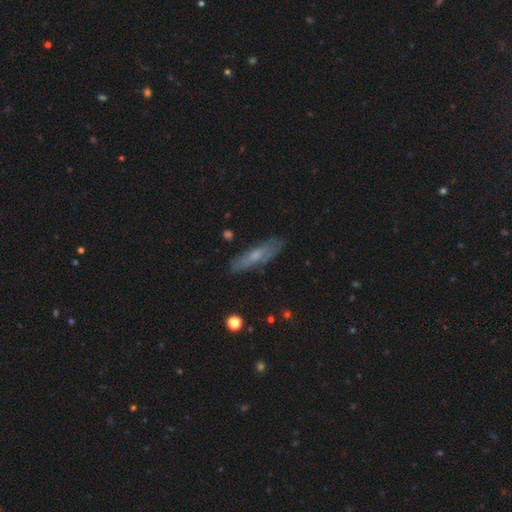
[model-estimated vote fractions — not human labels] Smooth or featured? Predicted: smooth (p=0.51). How rounded? Predicted: cigar-shaped (p=0.68). Merging? Predicted: none (p=0.81).